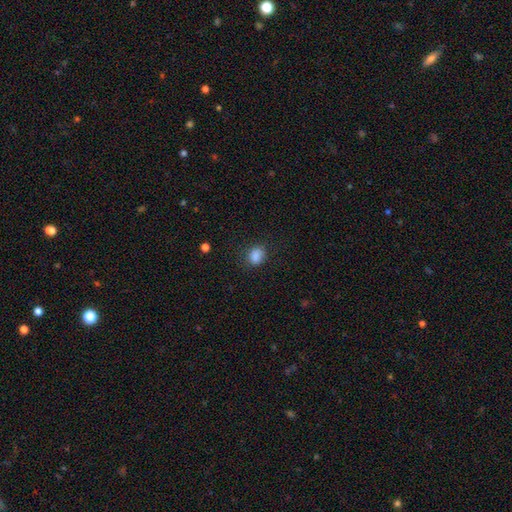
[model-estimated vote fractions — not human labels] smooth 85%, star or artifact 11%, featured or disk 4%. Down the decision tree: how rounded — in between (54%); merging — none (78%).